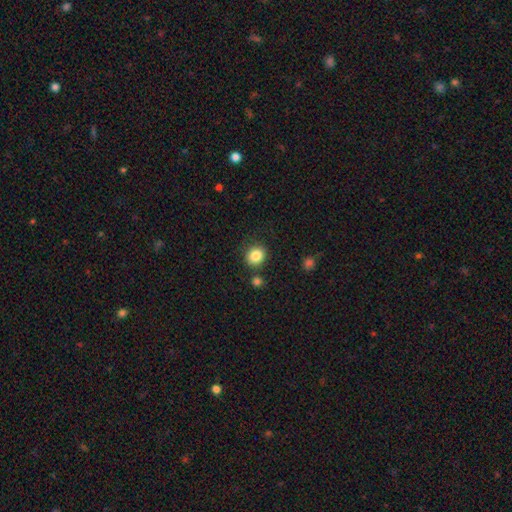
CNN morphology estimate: smooth_or_featured: smooth (p=0.85) [alt: star or artifact p=0.10]
how_rounded: round (p=0.71) [alt: in between p=0.28]
merging: none (p=0.80) [alt: minor disturbance p=0.10]